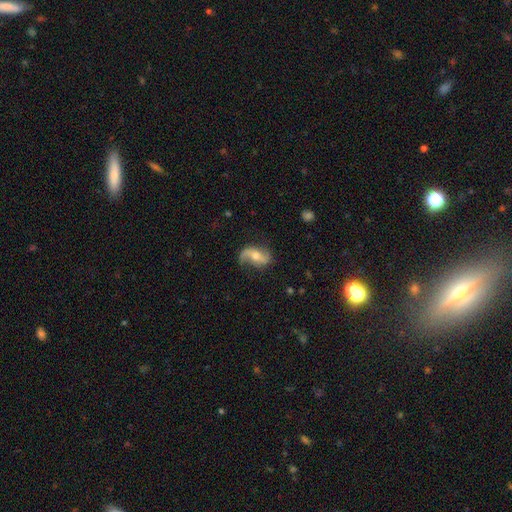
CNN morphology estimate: smooth-or-featured: featured or disk: 78% | smooth: 15% | star or artifact: 6%
  disk-edge-on: no: 96% | yes: 4%
    bar: no: 45% | weak: 38% | strong: 18%
    has-spiral-arms: yes: 94% | no: 6%
      spiral-winding: loose: 75% | medium: 19% | tight: 6%
      spiral-arm-count: 2: 85% | 1: 9% | can't tell: 3% | 3: 1% | 4: 1% | more than 4: 1%
    bulge-size: moderate: 64% | small: 25% | large: 7% | none: 3% | dominant: 1%
  merging: none: 69% | minor disturbance: 19% | major disturbance: 10% | merger: 2%